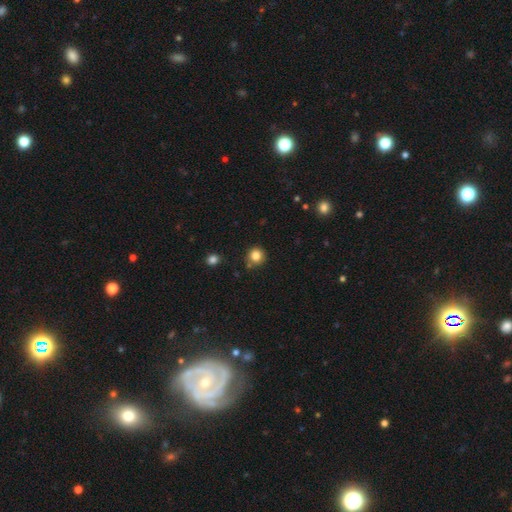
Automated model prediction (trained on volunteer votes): Smooth or featured: smooth — 83% (star or artifact — 11%)
How rounded: round — 91% (in between — 8%)
Merging: none — 82% (minor disturbance — 11%)